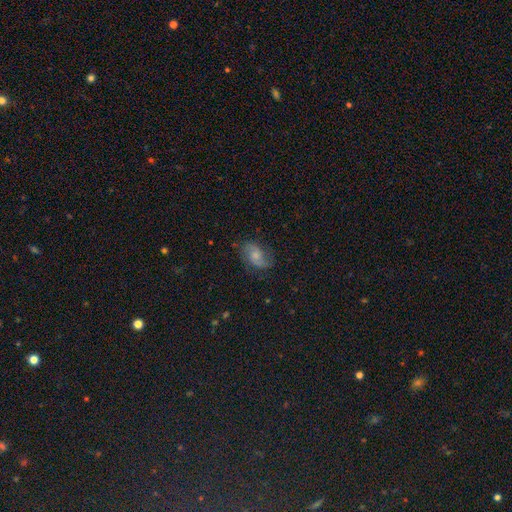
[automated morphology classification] Smooth or featured? featured or disk (61%)
Edge-on disk? no (97%)
Bar? no (62%)
Spiral arms? yes (91%)
Spiral winding? medium (43%)
Spiral arm count? 2 (85%)
Bulge size? small (41%)
Merging? none (72%)